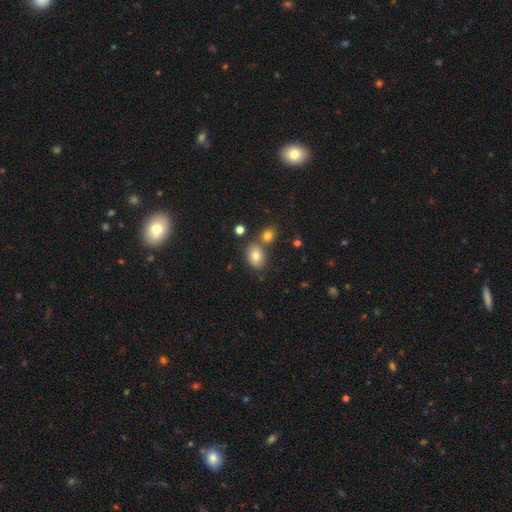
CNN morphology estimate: Smooth or featured? Predicted: smooth (p=0.77). How rounded? Predicted: in between (p=0.70). Merging? Predicted: none (p=0.66).